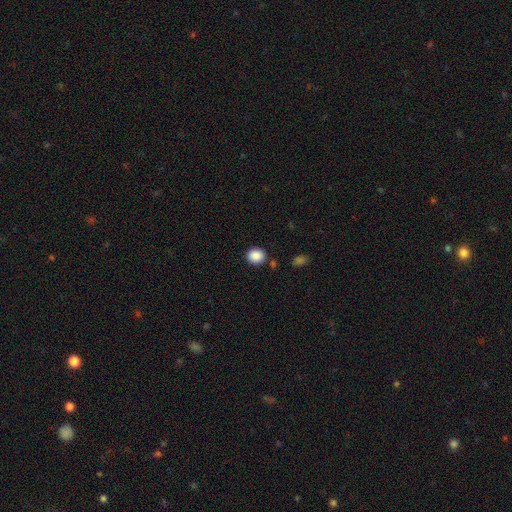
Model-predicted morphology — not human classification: smooth-or-featured: smooth: 88% | star or artifact: 9% | featured or disk: 3%
  how-rounded: round: 70% | in between: 29% | cigar-shaped: 1%
  merging: none: 83% | minor disturbance: 10% | merger: 4% | major disturbance: 3%